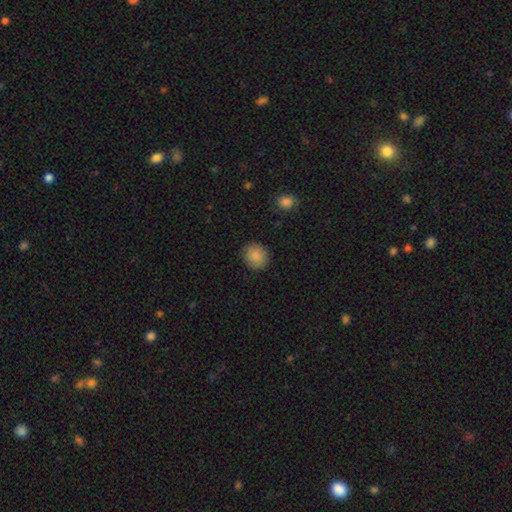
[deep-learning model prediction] smooth-or-featured: smooth: 87% | star or artifact: 8% | featured or disk: 5%
  how-rounded: round: 84% | in between: 15% | cigar-shaped: 1%
  merging: none: 89% | minor disturbance: 8% | major disturbance: 2% | merger: 1%